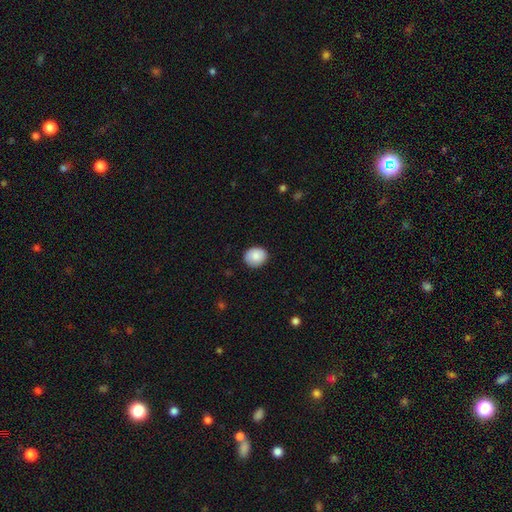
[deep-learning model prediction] A smooth galaxy with no disk features (85%) that is round (69%). Merging: none (86%).